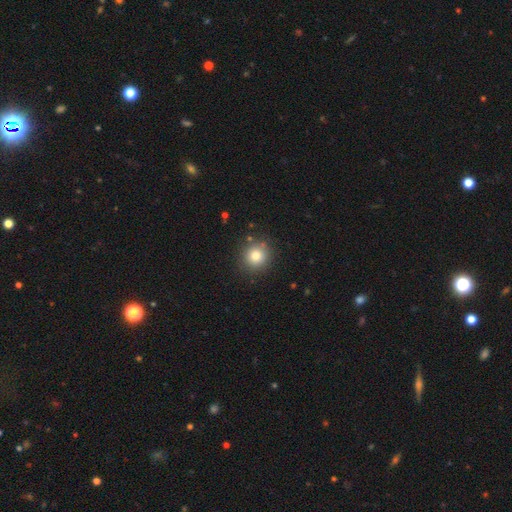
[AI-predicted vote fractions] Smooth or featured? smooth (79%)
How rounded? round (91%)
Merging? none (87%)